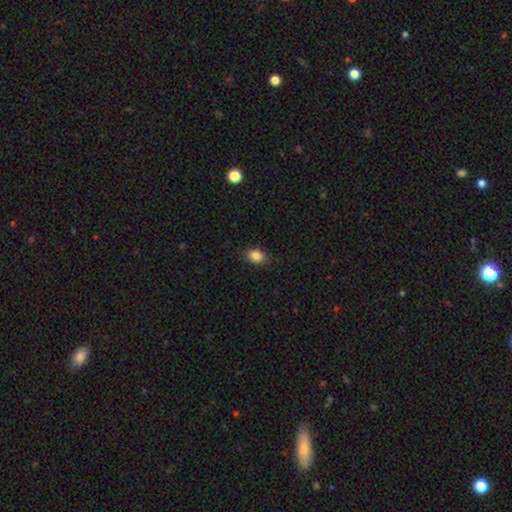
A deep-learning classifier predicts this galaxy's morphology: Smooth or featured?
  - smooth: 86% *
  - star or artifact: 10%
  - featured or disk: 4%
How rounded?
  - in between: 70% *
  - round: 29%
  - cigar-shaped: 1%
Merging?
  - none: 83% *
  - minor disturbance: 13%
  - major disturbance: 3%
  - merger: 1%